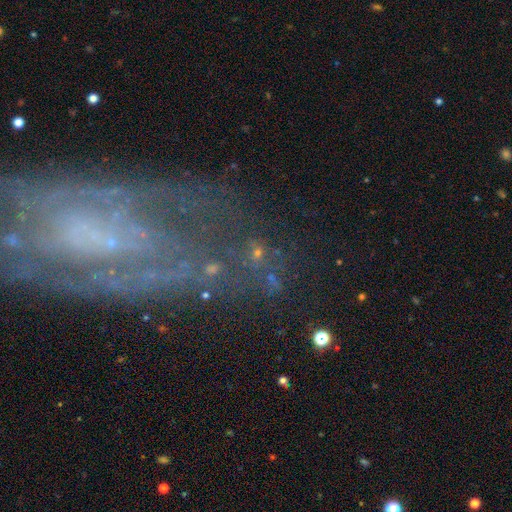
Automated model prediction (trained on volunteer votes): smooth_or_featured: featured or disk (p=0.51) [alt: star or artifact p=0.30]
disk_edge_on: no (p=0.92) [alt: yes p=0.08]
merging: none (p=0.54) [alt: major disturbance p=0.21]